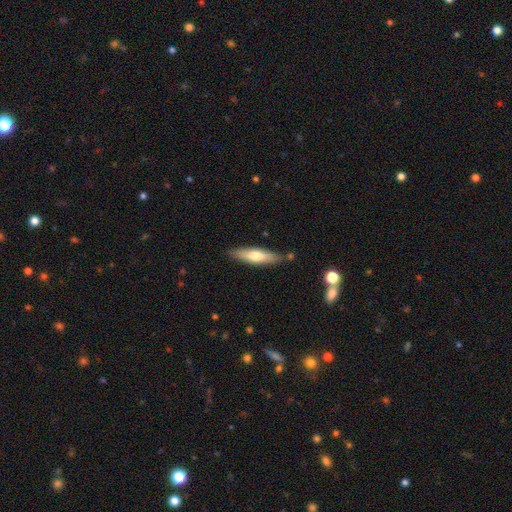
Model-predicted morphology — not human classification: Smooth or featured? Predicted: smooth (p=0.61). How rounded? Predicted: cigar-shaped (p=0.71). Merging? Predicted: none (p=0.82).